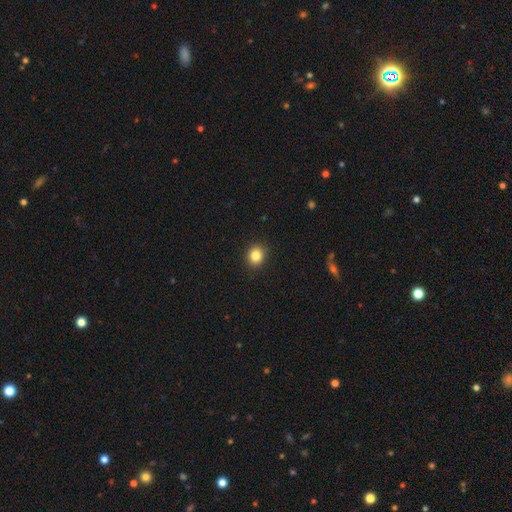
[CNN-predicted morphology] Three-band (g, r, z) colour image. It shows a smooth galaxy with no disk features (84%) that is round (77%). Merging: none (91%).